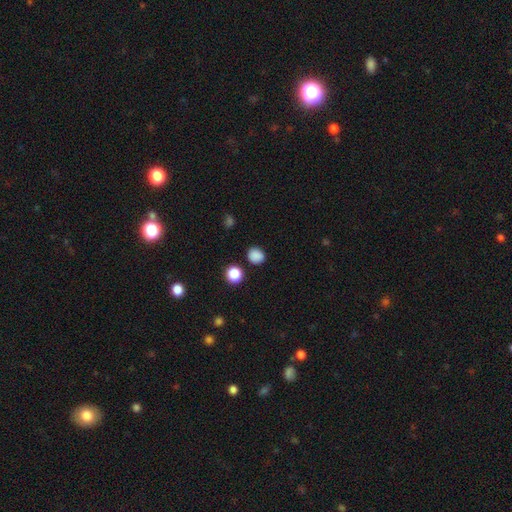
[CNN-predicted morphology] Q: Smooth or featured?
A: smooth (84%); runner-up: star or artifact (13%)
Q: How rounded?
A: round (70%); runner-up: in between (29%)
Q: Merging?
A: none (85%); runner-up: minor disturbance (10%)